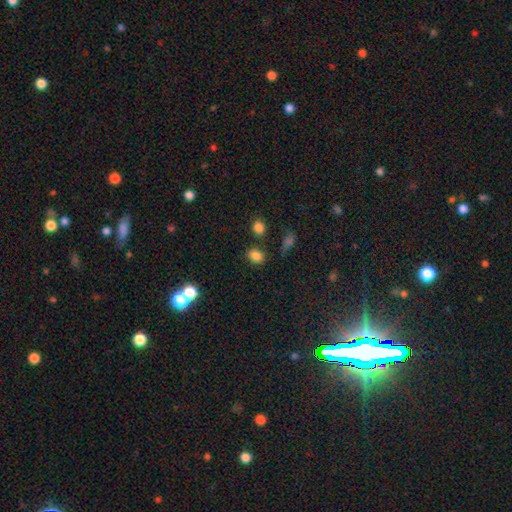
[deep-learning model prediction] smooth-or-featured: smooth: 83% | star or artifact: 12% | featured or disk: 4%
  how-rounded: in between: 59% | round: 40% | cigar-shaped: 1%
  merging: none: 76% | minor disturbance: 13% | merger: 7% | major disturbance: 4%